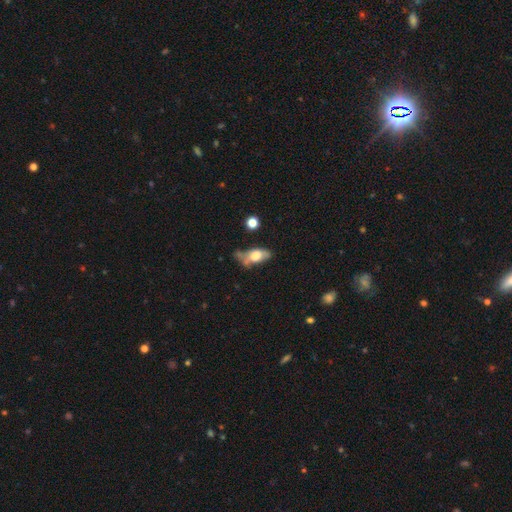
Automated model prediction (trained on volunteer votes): The model was most divided on "merging": none: 35%, minor disturbance: 30%, major disturbance: 18%, merger: 17%. More confident: how rounded — in between (83%); smooth or featured — smooth (58%).